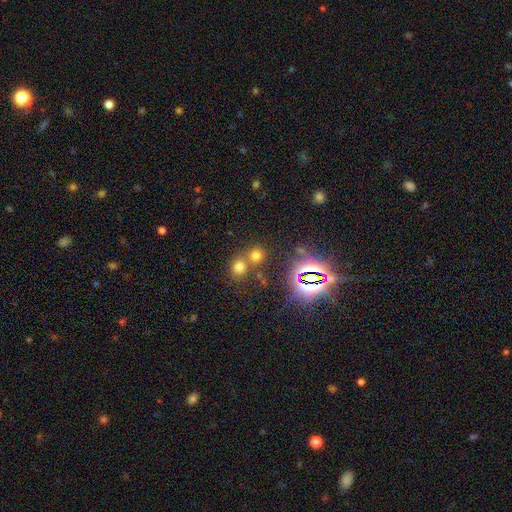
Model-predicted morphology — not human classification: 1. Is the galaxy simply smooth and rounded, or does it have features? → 60% smooth, 33% star or artifact, 8% featured or disk.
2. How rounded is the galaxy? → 84% round, 15% in between, 1% cigar-shaped.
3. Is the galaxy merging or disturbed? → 56% none, 35% merger, 6% minor disturbance, 3% major disturbance.